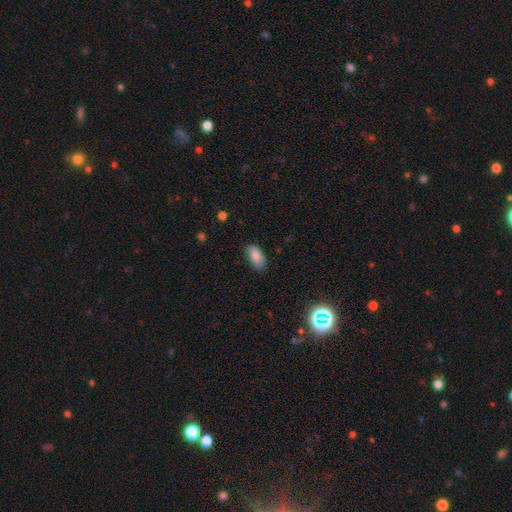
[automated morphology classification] A smooth galaxy with no disk features (86%) that is in between round and cigar-shaped (92%).

Vote fractions:
- Smooth or featured? smooth: 86% / star or artifact: 8% / featured or disk: 6%
- How rounded? in between: 92% / cigar-shaped: 5% / round: 3%
- Merging? none: 74% / minor disturbance: 21% / major disturbance: 4% / merger: 1%